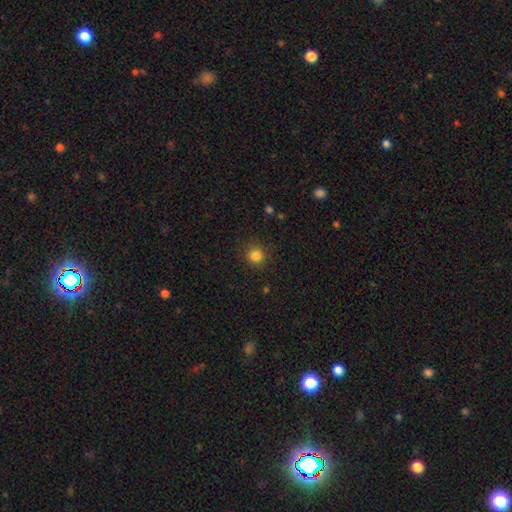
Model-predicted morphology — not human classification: A smooth galaxy with no disk features (84%) that is round (92%).

Vote fractions:
- Smooth or featured? smooth: 84% / star or artifact: 12% / featured or disk: 4%
- How rounded? round: 92% / in between: 7% / cigar-shaped: 1%
- Merging? none: 89% / minor disturbance: 7% / major disturbance: 3% / merger: 1%